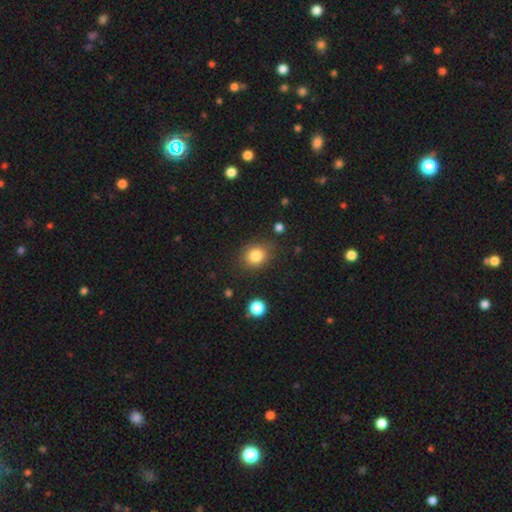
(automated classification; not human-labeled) Q: Smooth or featured?
A: smooth (83%); runner-up: star or artifact (10%)
Q: How rounded?
A: round (68%); runner-up: in between (31%)
Q: Merging?
A: none (82%); runner-up: minor disturbance (12%)